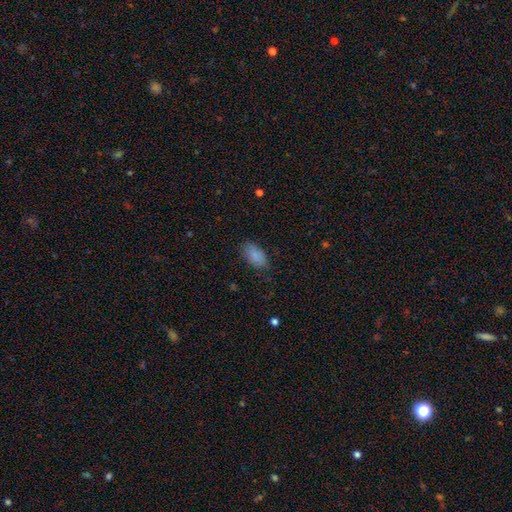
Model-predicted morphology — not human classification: smooth 85%, star or artifact 8%, featured or disk 7%. Down the decision tree: how rounded — in between (92%); merging — none (78%).